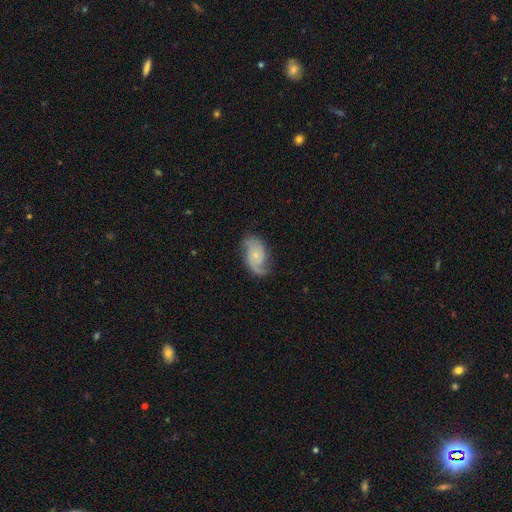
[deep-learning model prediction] A featured or disk galaxy (81%) with no bar (71%), 2 (75%) medium (47%) spiral arms (96%) and a small central bulge (71%).

Vote fractions:
- Smooth or featured? featured or disk: 81% / smooth: 14% / star or artifact: 6%
- Edge-on disk? no: 97% / yes: 3%
- Bar? no: 71% / weak: 25% / strong: 4%
- Spiral arms? yes: 96% / no: 4%
- Spiral winding? medium: 47% / tight: 29% / loose: 24%
- Spiral arm count? 2: 75% / 1: 8% / can't tell: 7% / 3: 6% / 4: 2% / more than 4: 2%
- Bulge size? small: 71% / moderate: 21% / none: 6% / large: 1% / dominant: 1%
- Merging? none: 69% / minor disturbance: 21% / major disturbance: 9% / merger: 1%